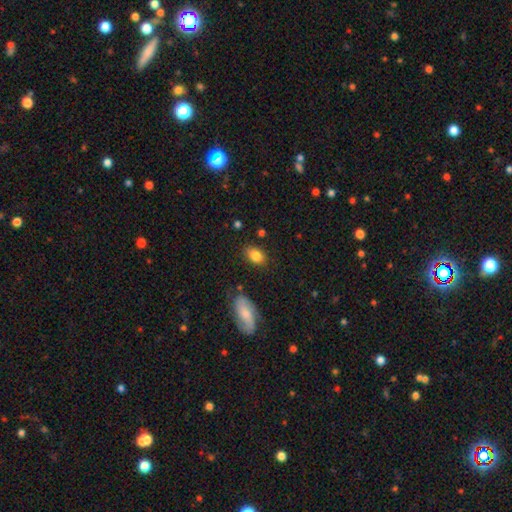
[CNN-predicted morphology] smooth-or-featured: smooth: 83% | featured or disk: 9% | star or artifact: 8%
  how-rounded: in between: 85% | round: 13% | cigar-shaped: 2%
  merging: none: 80% | minor disturbance: 13% | major disturbance: 3% | merger: 3%